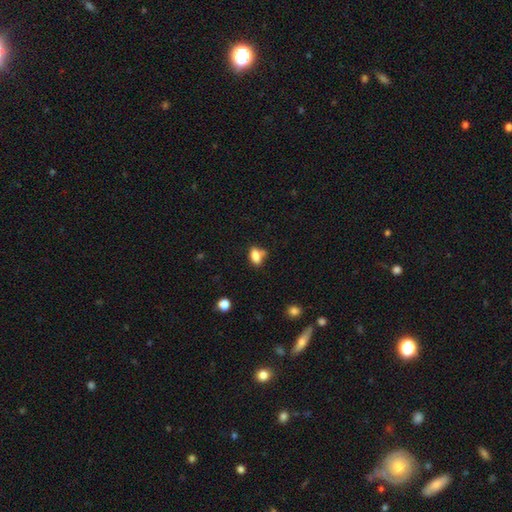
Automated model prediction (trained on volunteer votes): Smooth or featured? Predicted: smooth (p=0.79). How rounded? Predicted: in between (p=0.82). Merging? Predicted: none (p=0.51).